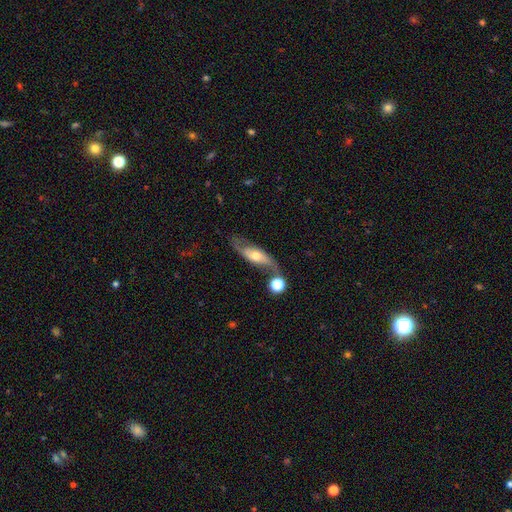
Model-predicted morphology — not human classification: Smooth or featured? featured or disk (63%)
Edge-on disk? no (76%)
Merging? none (55%)